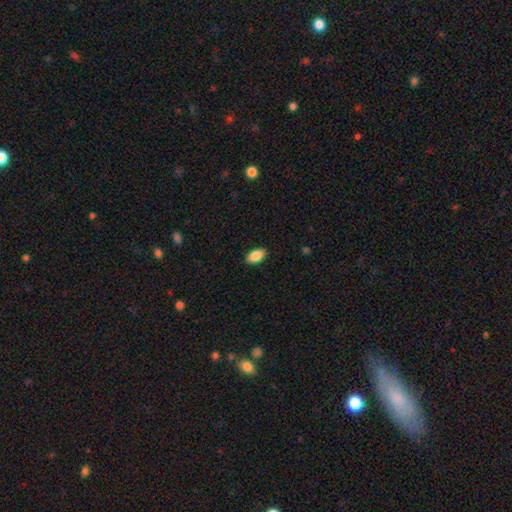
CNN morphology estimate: Smooth or featured? smooth (88%)
How rounded? in between (94%)
Merging? none (89%)